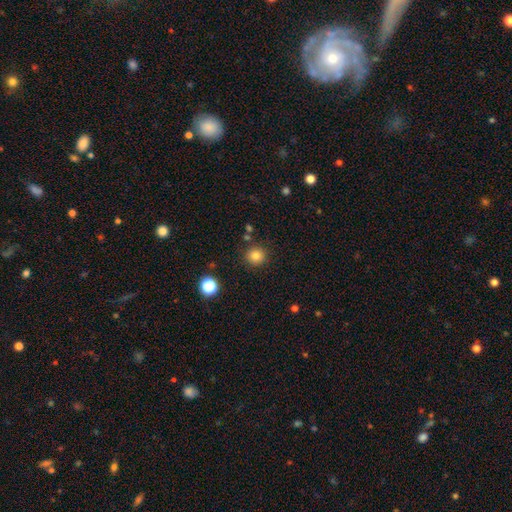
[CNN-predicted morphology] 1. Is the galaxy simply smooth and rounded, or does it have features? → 83% smooth, 12% star or artifact, 5% featured or disk.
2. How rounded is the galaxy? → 93% round, 6% in between, 1% cigar-shaped.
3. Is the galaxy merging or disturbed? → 88% none, 7% minor disturbance, 3% merger, 2% major disturbance.